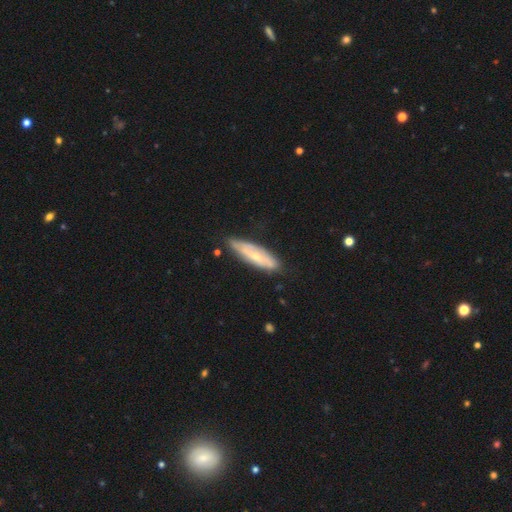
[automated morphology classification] Q: Smooth or featured?
A: featured or disk (53%); runner-up: smooth (41%)
Q: Edge-on disk?
A: no (56%); runner-up: yes (44%)
Q: Merging?
A: none (72%); runner-up: minor disturbance (22%)